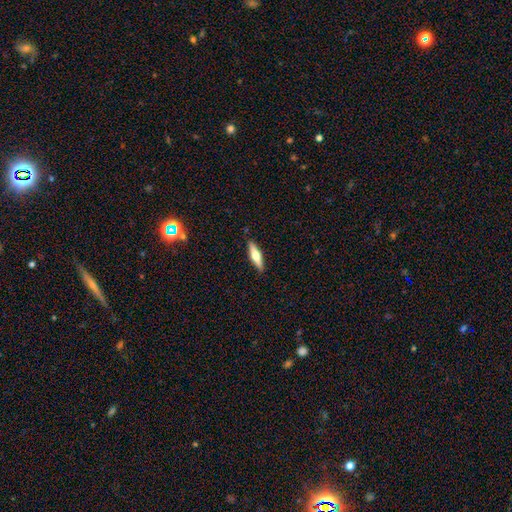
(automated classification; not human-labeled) Overall: smooth (47%, tied with featured or disk). Merging: none (90%).